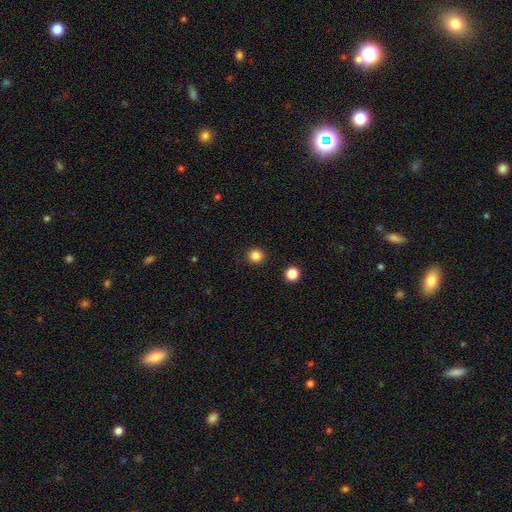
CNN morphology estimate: smooth-or-featured: smooth: 85% | star or artifact: 12% | featured or disk: 3%
  how-rounded: round: 94% | in between: 5% | cigar-shaped: 1%
  merging: none: 92% | minor disturbance: 4% | major disturbance: 2% | merger: 1%